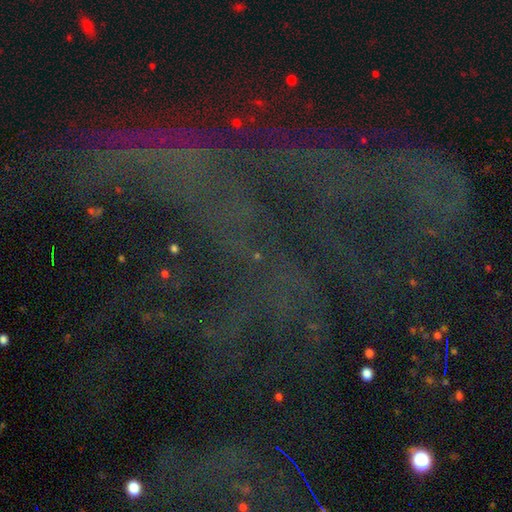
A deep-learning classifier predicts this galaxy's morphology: This appears to be a star or artifact, not a galaxy (73%).